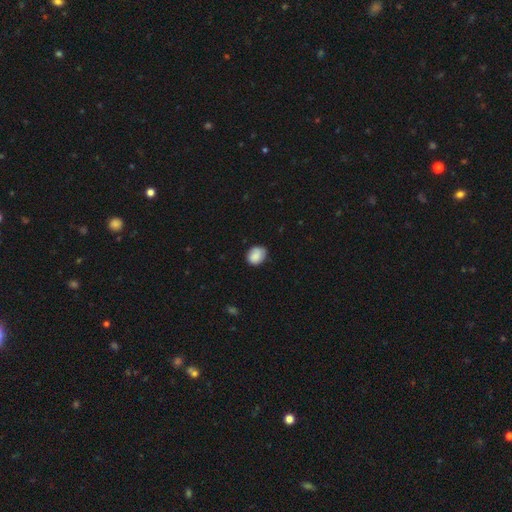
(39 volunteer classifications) Smooth or featured: smooth — 90% (featured or disk — 5%)
How rounded: round — 54% (in between — 46%)
Merging: none — 59% (minor disturbance — 35%)